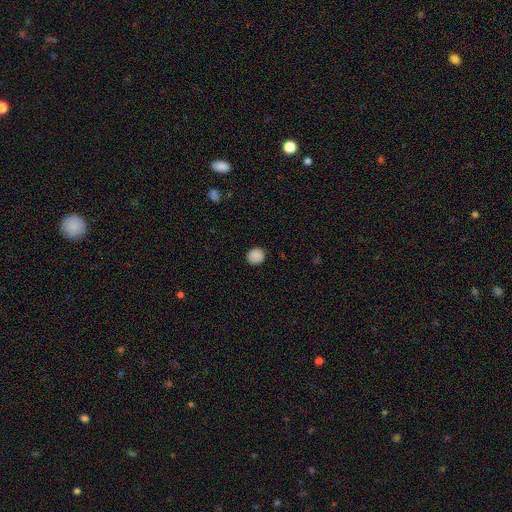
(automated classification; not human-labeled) smooth 88%, star or artifact 9%, featured or disk 3%. Down the decision tree: how rounded — round (89%); merging — none (91%).